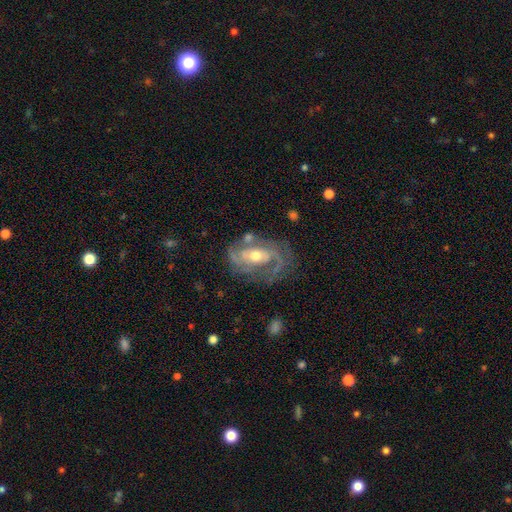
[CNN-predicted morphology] Smooth or featured?
  - featured or disk: 86% *
  - smooth: 8%
  - star or artifact: 5%
Edge-on disk?
  - no: 96% *
  - yes: 4%
Bar?
  - no: 53% *
  - weak: 33%
  - strong: 14%
Spiral arms?
  - yes: 92% *
  - no: 8%
Spiral winding?
  - medium: 43% *
  - tight: 40%
  - loose: 17%
Spiral arm count?
  - 2: 54% *
  - can't tell: 16%
  - 3: 13%
  - 1: 11%
  - 4: 3%
  - more than 4: 3%
Bulge size?
  - moderate: 70% *
  - small: 24%
  - large: 5%
  - none: 1%
  - dominant: 1%
Merging?
  - none: 59% *
  - minor disturbance: 21%
  - major disturbance: 15%
  - merger: 5%